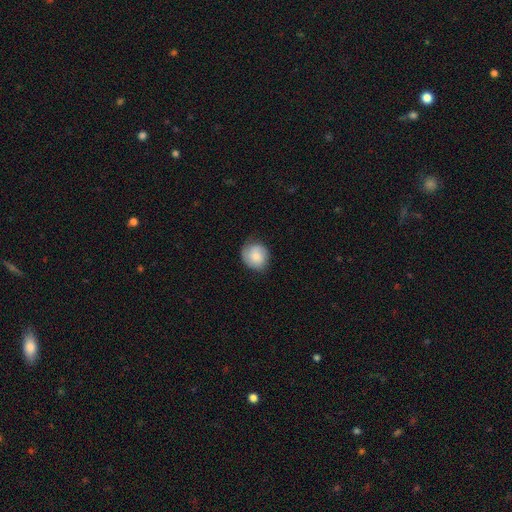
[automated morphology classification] This appears to be a smooth galaxy with no disk features (76%) that is round (77%). Merging: none (75%).